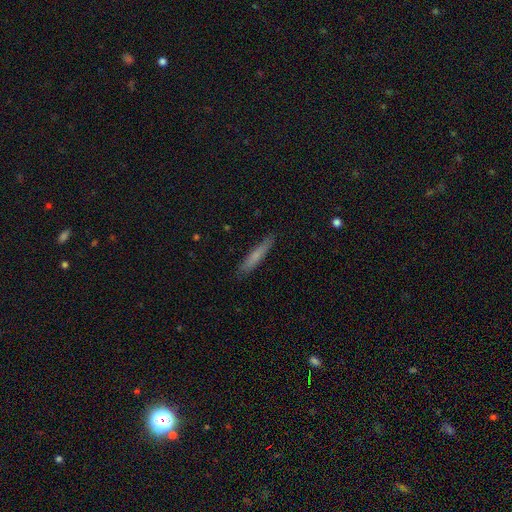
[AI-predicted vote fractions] This appears to be a smooth galaxy with no disk features (69%) that is cigar-shaped (93%). Merging: none (88%).